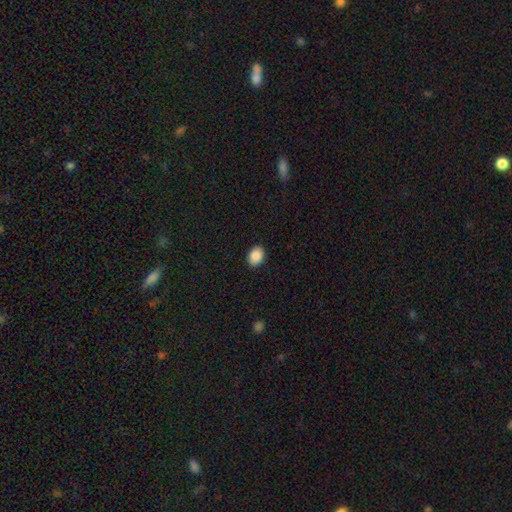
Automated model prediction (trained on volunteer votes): Morphology: type=smooth (89%); roundness=in between (74%); merging=none (89%).